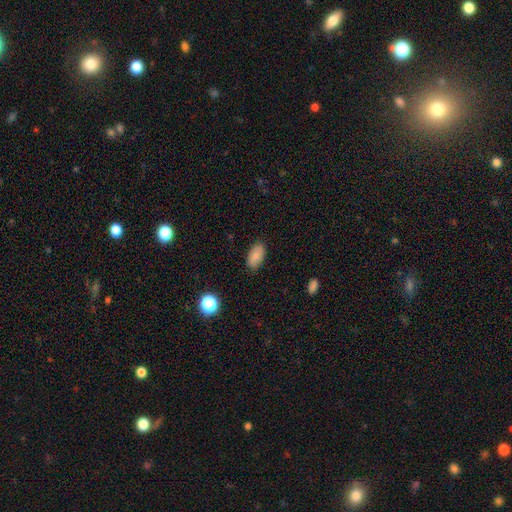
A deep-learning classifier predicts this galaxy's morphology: Smooth or featured? Predicted: smooth (p=0.83). How rounded? Predicted: in between (p=0.93). Merging? Predicted: none (p=0.87).